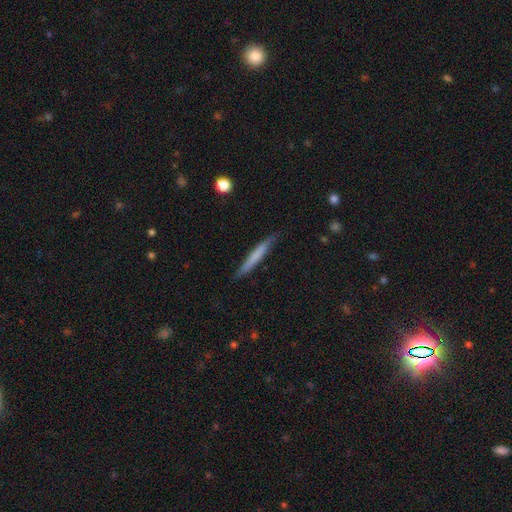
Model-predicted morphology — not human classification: A smooth galaxy with no disk features (62%) that is cigar-shaped (96%).

Vote fractions:
- Smooth or featured? smooth: 62% / featured or disk: 33% / star or artifact: 6%
- How rounded? cigar-shaped: 96% / in between: 3% / round: 1%
- Merging? none: 85% / minor disturbance: 12% / major disturbance: 2% / merger: 1%